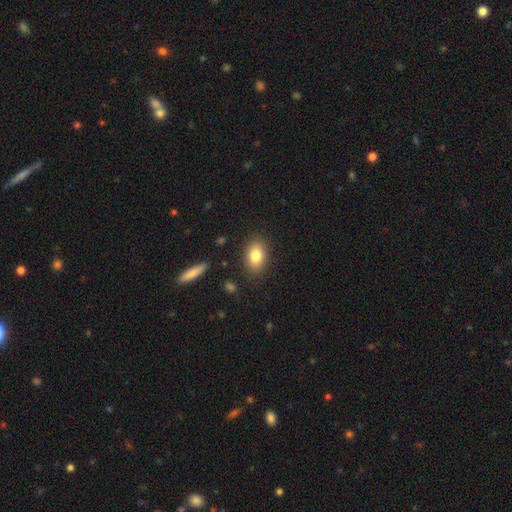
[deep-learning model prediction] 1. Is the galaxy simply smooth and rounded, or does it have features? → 83% smooth, 9% featured or disk, 8% star or artifact.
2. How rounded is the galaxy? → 85% in between, 13% round, 2% cigar-shaped.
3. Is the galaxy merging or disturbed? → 85% none, 10% minor disturbance, 3% major disturbance, 2% merger.